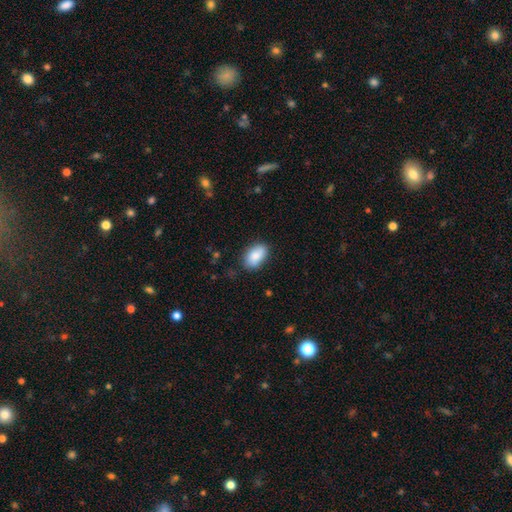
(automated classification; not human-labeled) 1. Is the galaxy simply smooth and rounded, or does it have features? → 88% smooth, 7% star or artifact, 6% featured or disk.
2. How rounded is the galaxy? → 91% in between, 7% round, 2% cigar-shaped.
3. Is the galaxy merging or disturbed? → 81% none, 15% minor disturbance, 3% major disturbance, 1% merger.